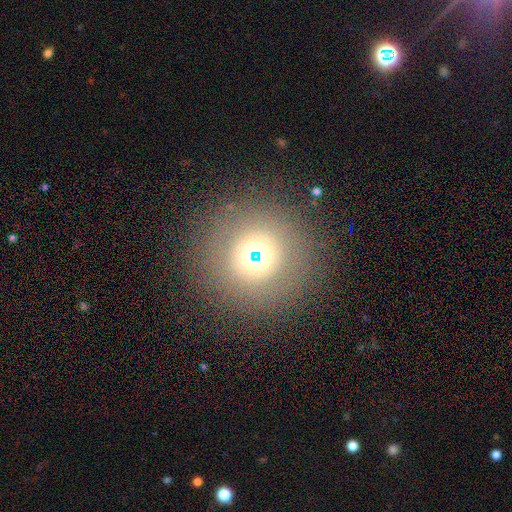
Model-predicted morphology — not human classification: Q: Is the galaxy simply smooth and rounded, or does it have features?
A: smooth — 58%.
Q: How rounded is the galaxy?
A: round — 93%.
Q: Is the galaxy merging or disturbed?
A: none — 88%.